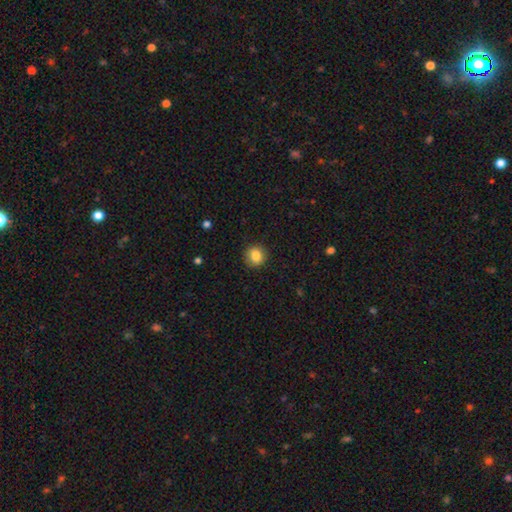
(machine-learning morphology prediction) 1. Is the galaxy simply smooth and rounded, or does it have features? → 84% smooth, 9% star or artifact, 7% featured or disk.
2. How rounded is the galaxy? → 87% round, 12% in between, 1% cigar-shaped.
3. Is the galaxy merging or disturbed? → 87% none, 9% minor disturbance, 2% major disturbance, 1% merger.